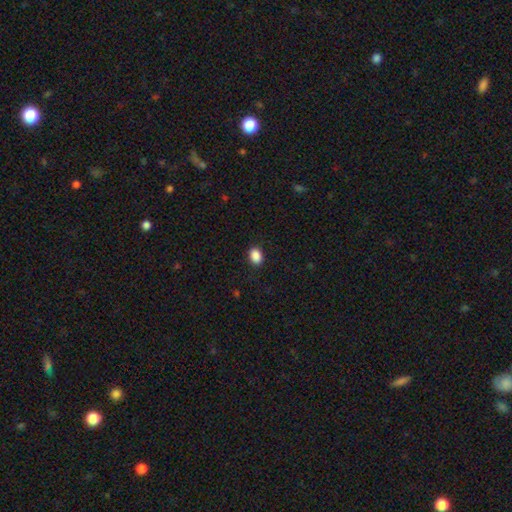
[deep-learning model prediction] Q: Smooth or featured?
A: smooth (89%); runner-up: star or artifact (8%)
Q: How rounded?
A: in between (72%); runner-up: round (27%)
Q: Merging?
A: none (87%); runner-up: minor disturbance (9%)